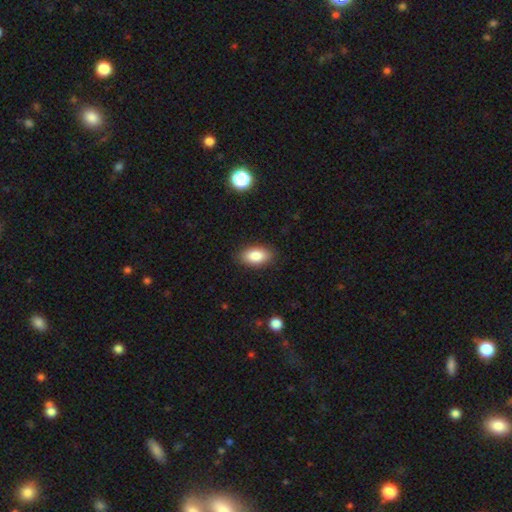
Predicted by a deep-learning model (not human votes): Morphology: type=smooth (86%); roundness=in between (93%); merging=none (87%).